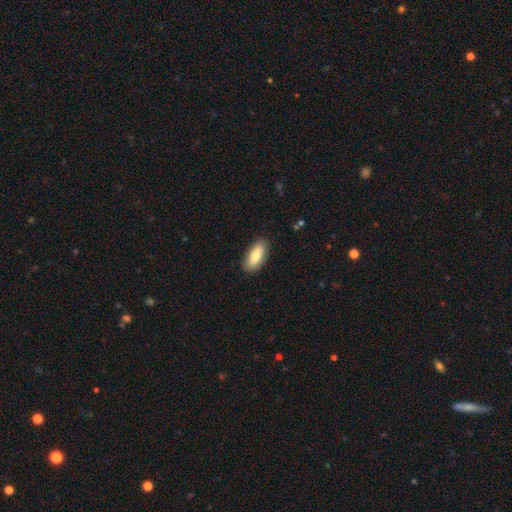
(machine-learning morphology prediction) Overall: smooth (77%). How rounded: in between (85%). Merging: none (86%).